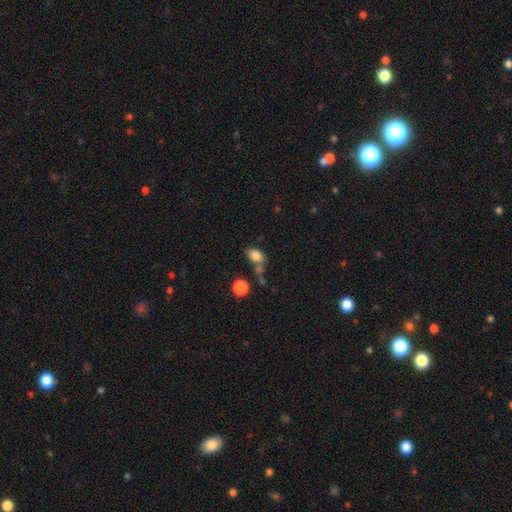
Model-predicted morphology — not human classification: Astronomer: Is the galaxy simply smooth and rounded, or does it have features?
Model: smooth — 82%.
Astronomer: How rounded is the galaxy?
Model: in between — 81%.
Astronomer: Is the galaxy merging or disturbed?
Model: none — 55%.